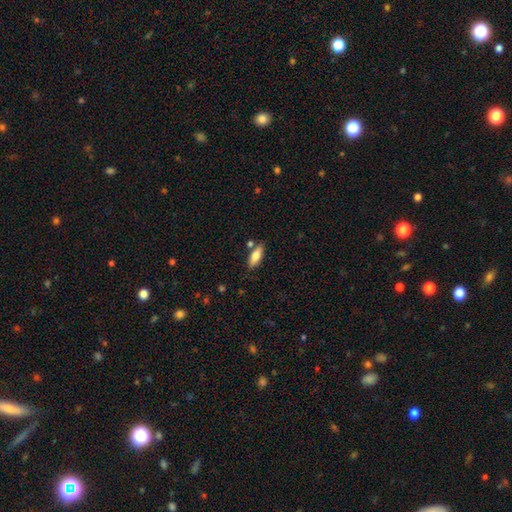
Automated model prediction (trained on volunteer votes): Smooth or featured?
  - smooth: 71% *
  - featured or disk: 22%
  - star or artifact: 6%
How rounded?
  - in between: 64% *
  - cigar-shaped: 34%
  - round: 2%
Merging?
  - none: 79% *
  - minor disturbance: 12%
  - merger: 7%
  - major disturbance: 3%